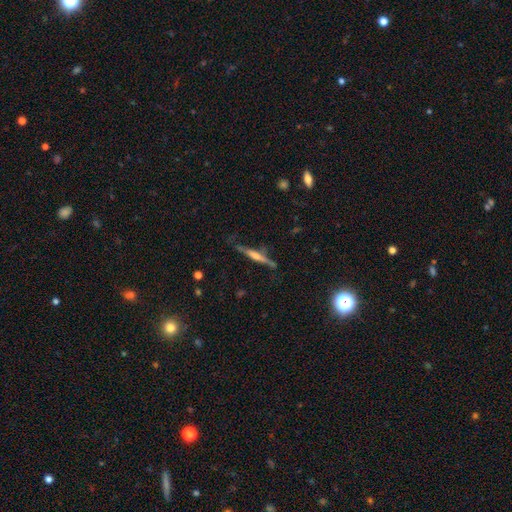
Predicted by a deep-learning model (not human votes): This appears to be a featured or disk galaxy (72%) viewed edge-on (96%) with a rounded central bulge (71%). Merging: none (78%).